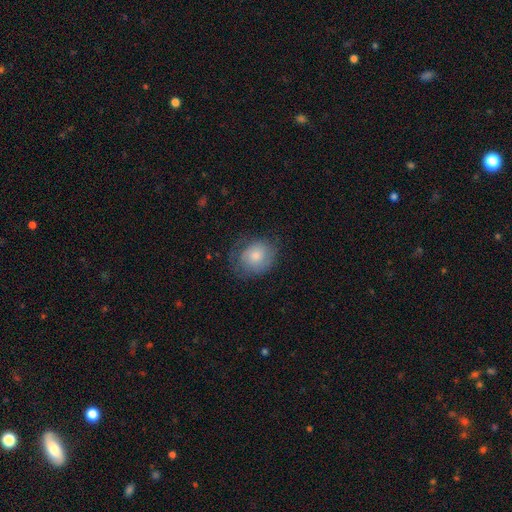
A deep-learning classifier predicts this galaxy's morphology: The model was most divided on "how rounded": round: 64%, in between: 35%, cigar-shaped: 1%. More confident: smooth or featured — smooth (69%); merging — none (61%).